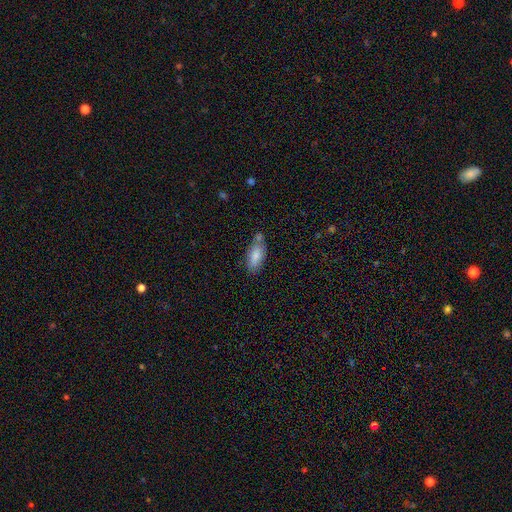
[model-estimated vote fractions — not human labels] This appears to be a smooth galaxy with no disk features (80%) that is in between round and cigar-shaped (81%). Merging: none (62%).